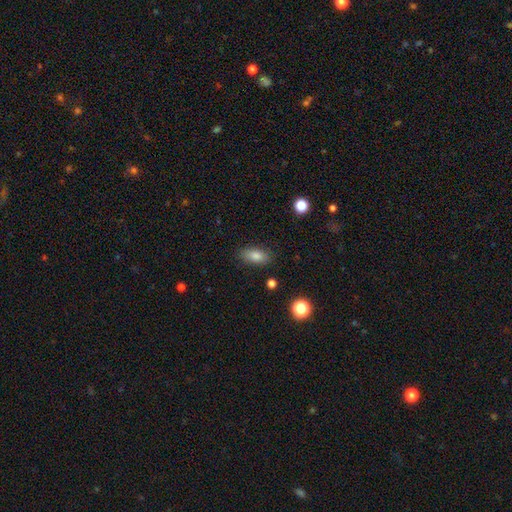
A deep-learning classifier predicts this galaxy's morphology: Smooth or featured?
  - smooth: 82% *
  - star or artifact: 9%
  - featured or disk: 9%
How rounded?
  - in between: 86% *
  - cigar-shaped: 9%
  - round: 5%
Merging?
  - none: 86% *
  - minor disturbance: 10%
  - major disturbance: 3%
  - merger: 2%